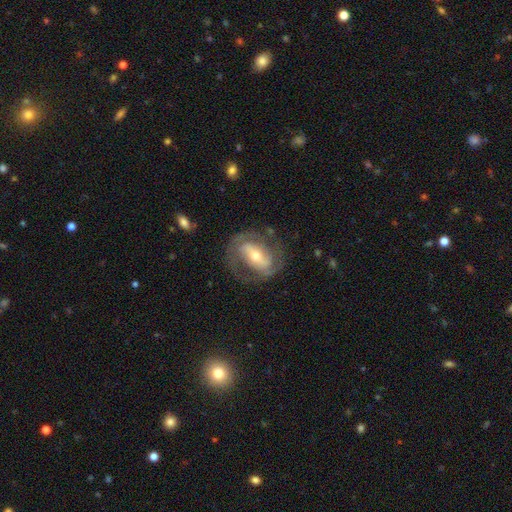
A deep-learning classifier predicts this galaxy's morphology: Q: Smooth or featured?
A: featured or disk (79%); runner-up: smooth (16%)
Q: Edge-on disk?
A: no (94%); runner-up: yes (6%)
Q: Bar?
A: strong (50%); runner-up: weak (29%)
Q: Spiral arms?
A: yes (78%); runner-up: no (22%)
Q: Spiral winding?
A: medium (42%); runner-up: tight (41%)
Q: Spiral arm count?
A: 2 (75%); runner-up: can't tell (15%)
Q: Bulge size?
A: moderate (53%); runner-up: small (41%)
Q: Merging?
A: none (70%); runner-up: minor disturbance (16%)